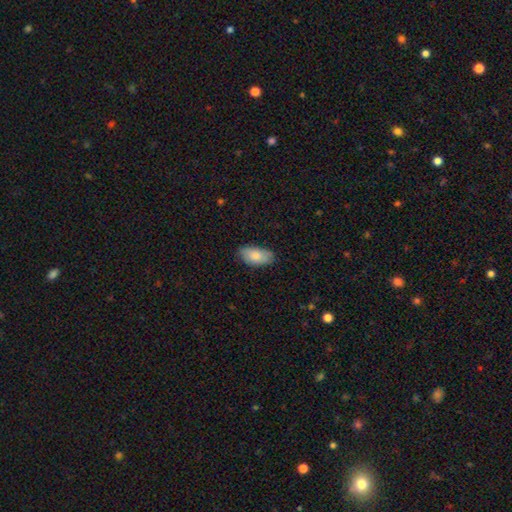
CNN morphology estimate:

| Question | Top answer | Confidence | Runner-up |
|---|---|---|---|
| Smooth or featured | smooth | 83% | featured or disk (11%) |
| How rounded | in between | 93% | cigar-shaped (4%) |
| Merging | none | 78% | minor disturbance (18%) |